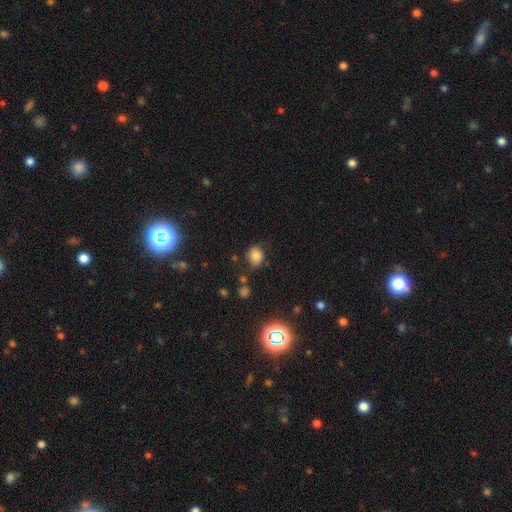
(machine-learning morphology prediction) Q: Smooth or featured?
A: smooth (78%); runner-up: star or artifact (14%)
Q: How rounded?
A: round (56%); runner-up: in between (42%)
Q: Merging?
A: none (69%); runner-up: minor disturbance (21%)